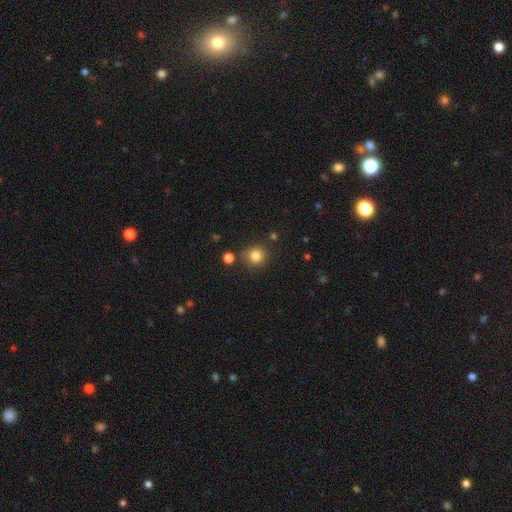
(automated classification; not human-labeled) Smooth or featured? Predicted: smooth (p=0.82). How rounded? Predicted: round (p=0.90). Merging? Predicted: none (p=0.83).